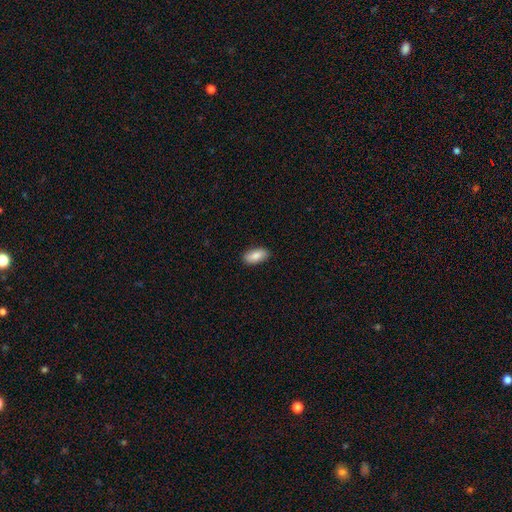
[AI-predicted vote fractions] A smooth galaxy with no disk features (84%) that is in between round and cigar-shaped (91%). Merging: none (88%).